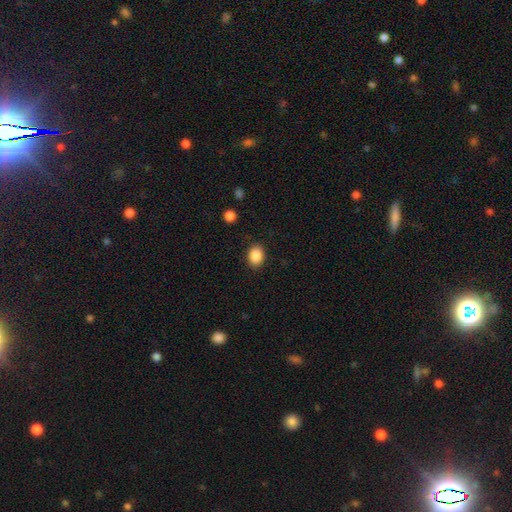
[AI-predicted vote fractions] smooth 88%, star or artifact 9%, featured or disk 3%. Down the decision tree: how rounded — in between (56%); merging — none (88%).